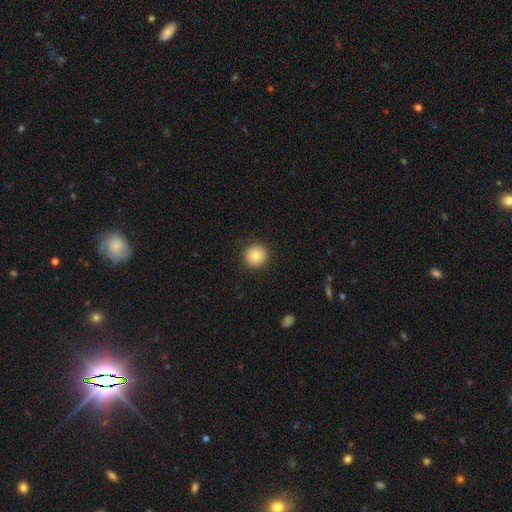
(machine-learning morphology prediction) smooth_or_featured: smooth (p=0.83) [alt: star or artifact p=0.09]
how_rounded: round (p=0.95) [alt: in between p=0.04]
merging: none (p=0.92) [alt: minor disturbance p=0.05]